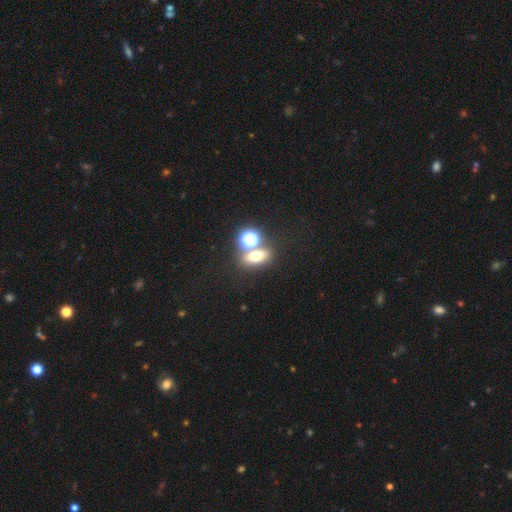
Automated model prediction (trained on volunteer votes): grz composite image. It shows a smooth galaxy with no disk features (64%) that is in between round and cigar-shaped (60%). Merging: none (56%).